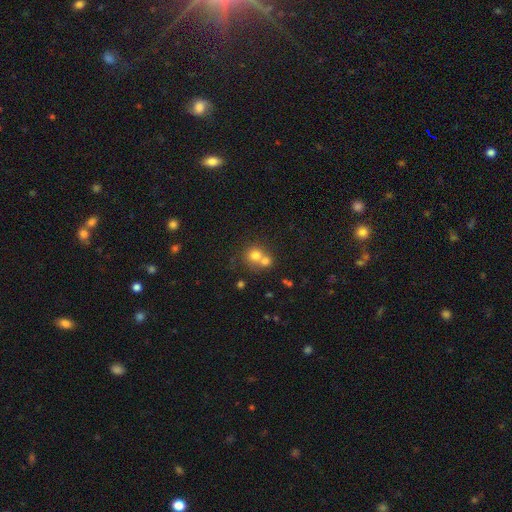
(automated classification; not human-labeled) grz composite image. It shows a smooth galaxy with no disk features (74%) that is round (83%). Merging: merger (54%).